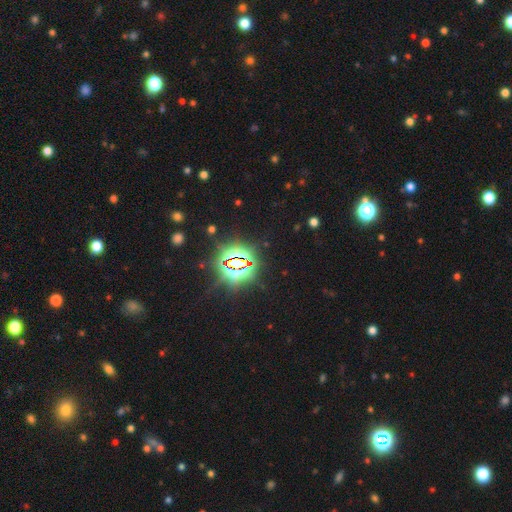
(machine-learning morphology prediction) This appears to be a star or artifact, not a galaxy (84%).